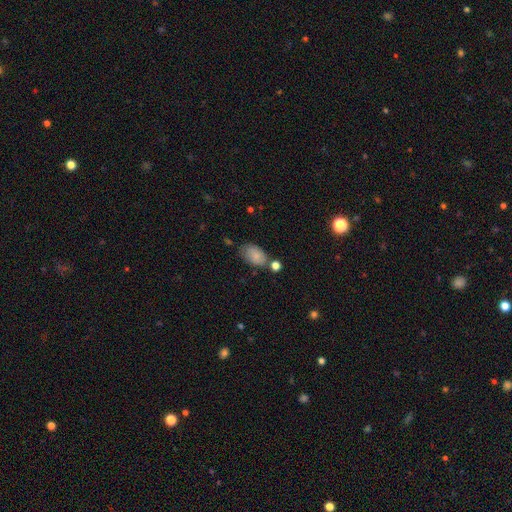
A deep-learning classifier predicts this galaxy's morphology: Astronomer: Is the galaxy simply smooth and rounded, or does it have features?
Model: smooth — 80%.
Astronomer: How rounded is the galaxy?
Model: in between — 91%.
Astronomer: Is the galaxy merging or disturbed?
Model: none — 59%.